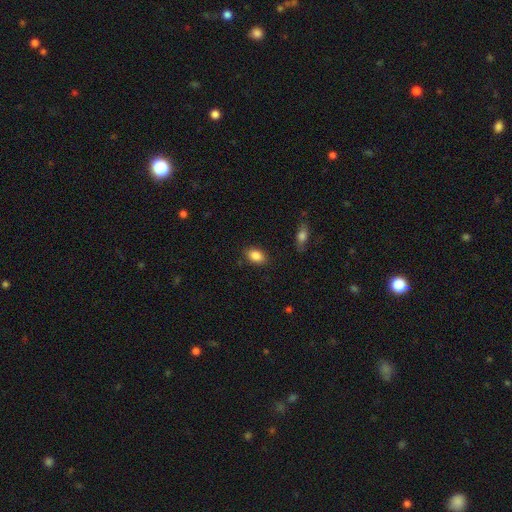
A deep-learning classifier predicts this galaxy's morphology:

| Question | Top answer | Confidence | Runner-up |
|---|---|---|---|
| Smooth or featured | smooth | 86% | star or artifact (8%) |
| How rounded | in between | 88% | round (9%) |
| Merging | none | 86% | minor disturbance (10%) |